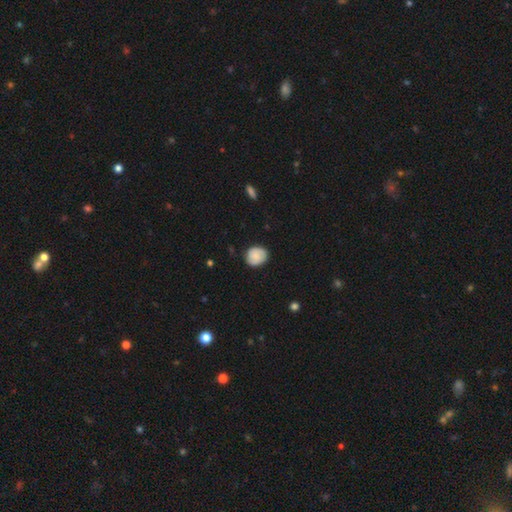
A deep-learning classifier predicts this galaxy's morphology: Smooth or featured?
  - smooth: 72% *
  - featured or disk: 21%
  - star or artifact: 7%
How rounded?
  - round: 71% *
  - in between: 28%
  - cigar-shaped: 1%
Merging?
  - none: 79% *
  - minor disturbance: 16%
  - major disturbance: 3%
  - merger: 1%